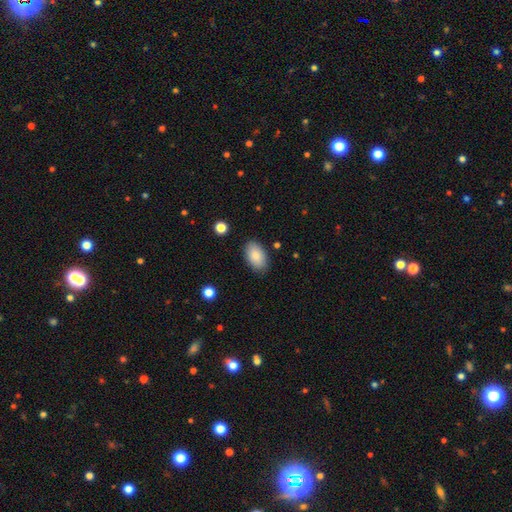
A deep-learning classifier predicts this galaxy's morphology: Overall: smooth (86%). How rounded: in between (94%). Merging: none (86%).